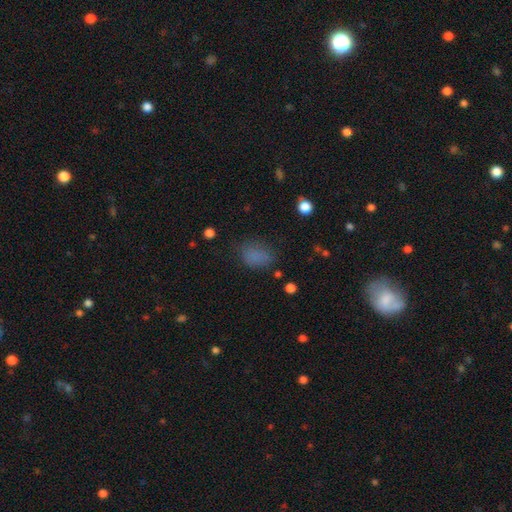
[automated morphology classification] This appears to be a smooth galaxy with no disk features (78%) that is in between round and cigar-shaped (75%). Merging: none (65%).